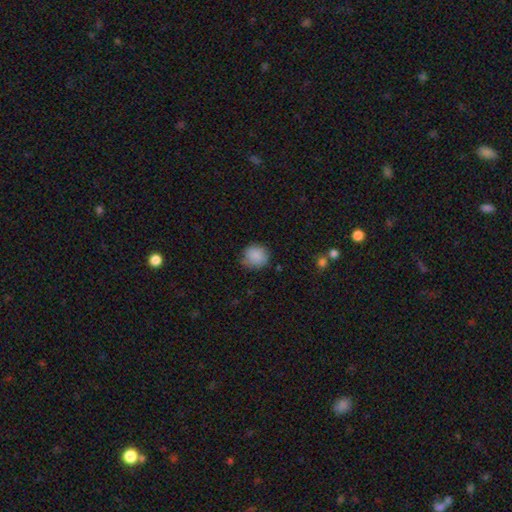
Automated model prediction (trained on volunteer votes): Q: Smooth or featured?
A: smooth (86%); runner-up: star or artifact (8%)
Q: How rounded?
A: round (83%); runner-up: in between (16%)
Q: Merging?
A: none (70%); runner-up: minor disturbance (23%)